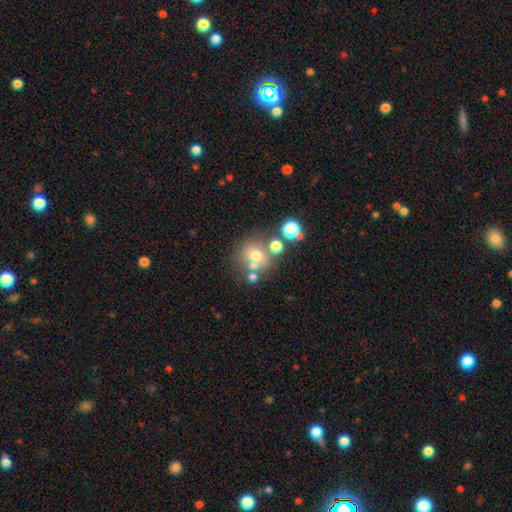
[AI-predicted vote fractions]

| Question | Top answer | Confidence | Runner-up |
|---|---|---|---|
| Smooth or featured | smooth | 63% | featured or disk (19%) |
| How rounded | round | 84% | in between (15%) |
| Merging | none | 57% | merger (26%) |